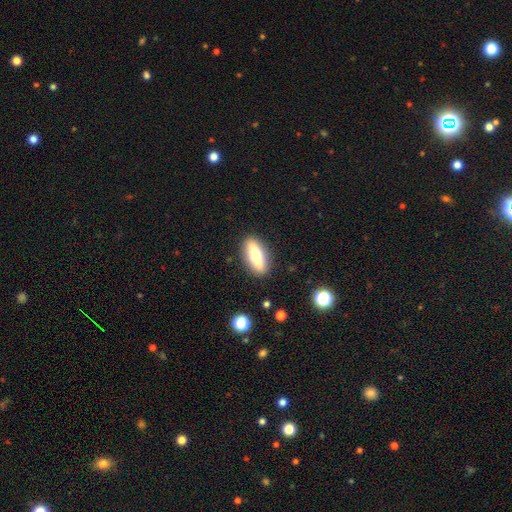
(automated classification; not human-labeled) This appears to be a smooth galaxy with no disk features (59%) that is in between round and cigar-shaped (67%). Merging: none (88%).